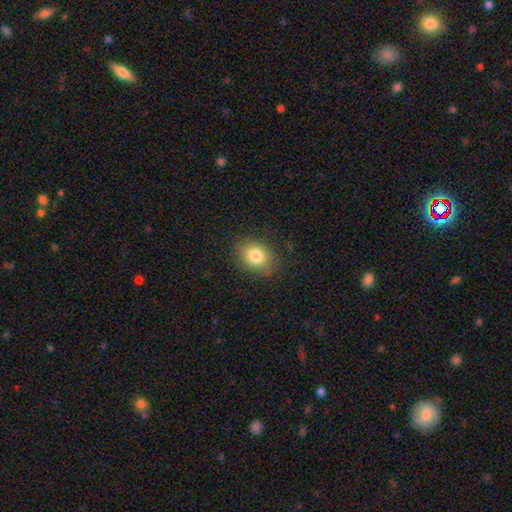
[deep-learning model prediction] The model was most divided on "how rounded": in between: 52%, round: 47%, cigar-shaped: 1%. More confident: merging — none (83%); smooth or featured — smooth (81%).